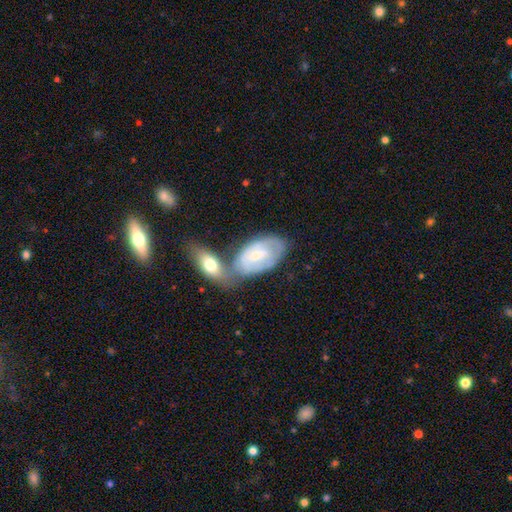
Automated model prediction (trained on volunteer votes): A featured or disk galaxy (62%) with no bar (54%), spiral arms (76%) and a small central bulge (58%). Merging: merger (41%).